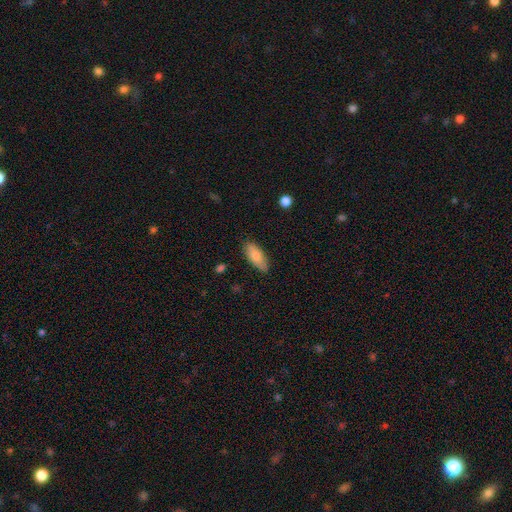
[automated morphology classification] Smooth or featured? Predicted: smooth (p=0.77). How rounded? Predicted: in between (p=0.79). Merging? Predicted: none (p=0.85).